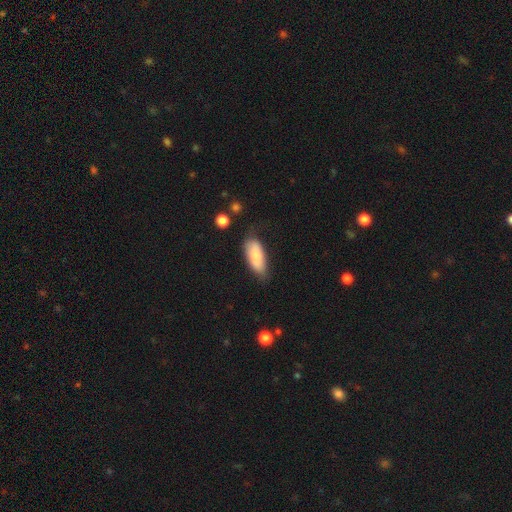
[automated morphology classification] The model was most divided on "merging": none: 62%, minor disturbance: 28%, major disturbance: 7%, merger: 3%. More confident: smooth or featured — smooth (83%); how rounded — in between (82%).